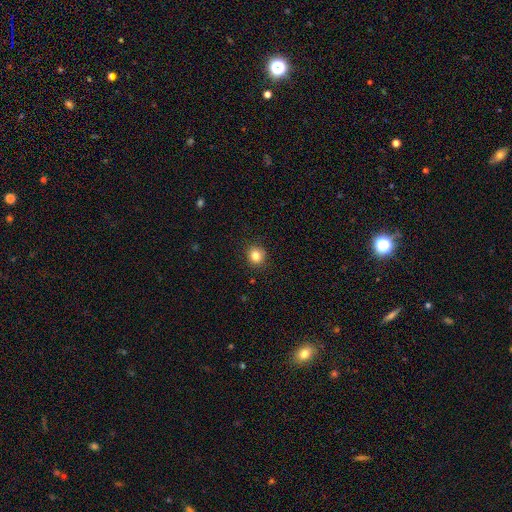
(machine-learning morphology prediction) A smooth galaxy with no disk features (83%) that is round (85%). Merging: none (89%).